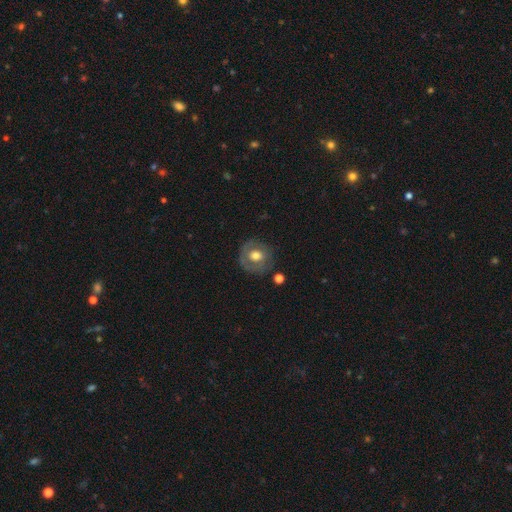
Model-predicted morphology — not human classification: type=smooth (50%); merging=none (75%).